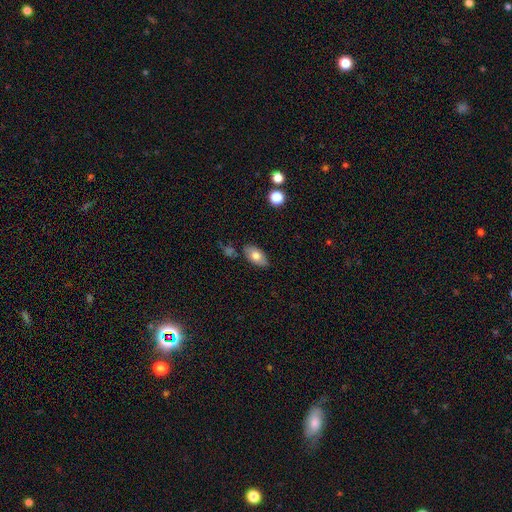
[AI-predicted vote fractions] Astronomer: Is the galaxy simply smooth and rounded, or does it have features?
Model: smooth — 74%.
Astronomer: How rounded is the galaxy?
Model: in between — 91%.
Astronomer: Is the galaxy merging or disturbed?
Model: none — 78%.